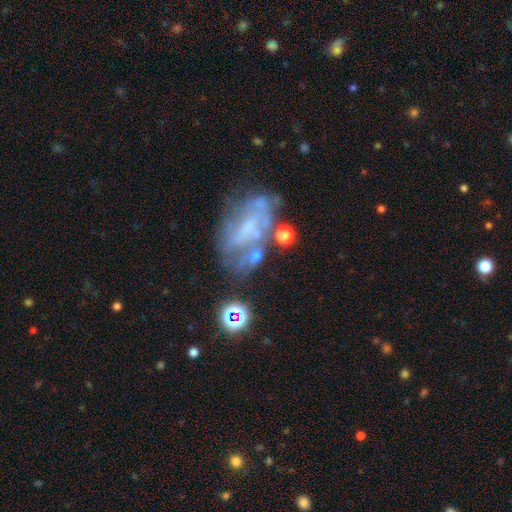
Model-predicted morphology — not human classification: Overall: featured or disk (49%; smooth 31%). Merging: none (37%; major disturbance 26%).